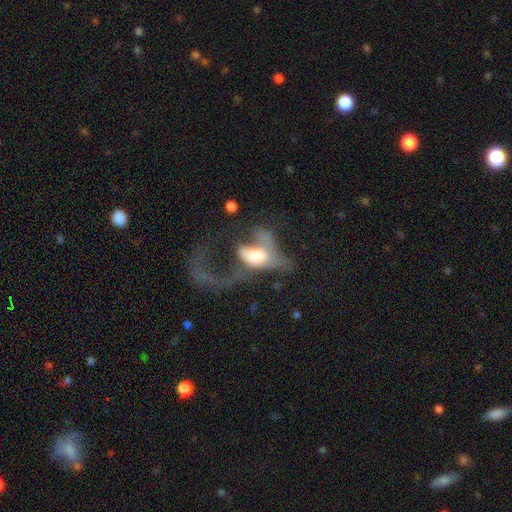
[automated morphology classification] Smooth or featured? featured or disk (47%)
Merging? major disturbance (66%)